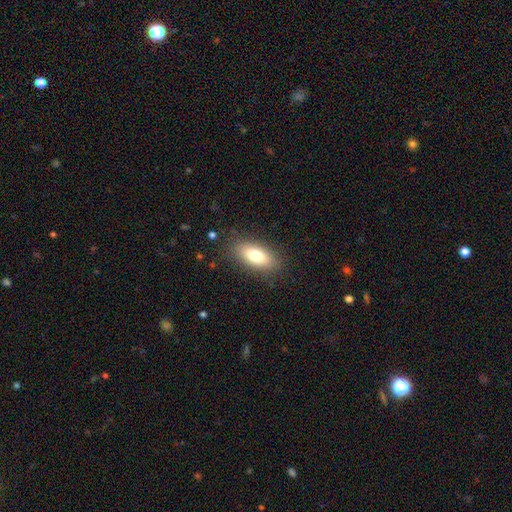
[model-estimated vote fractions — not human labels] Smooth or featured?
  - smooth: 78% *
  - featured or disk: 15%
  - star or artifact: 8%
How rounded?
  - in between: 84% *
  - cigar-shaped: 13%
  - round: 3%
Merging?
  - none: 85% *
  - minor disturbance: 10%
  - major disturbance: 3%
  - merger: 1%